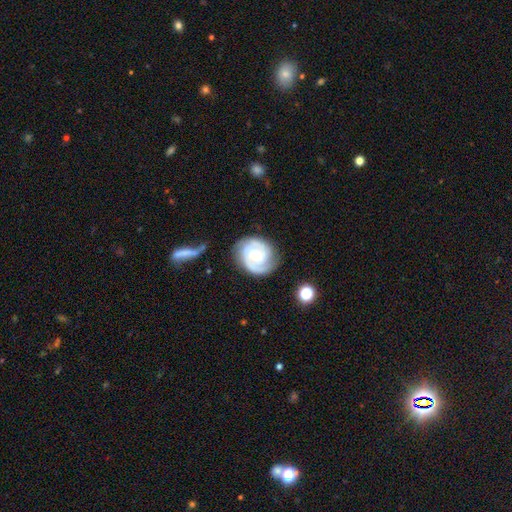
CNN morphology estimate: type=featured or disk (83%); edge-on=no (98%); bar=no (63%); spiral arms=yes (96%); winding=tight (58%); arm count=2 (66%); bulge=small (50%); merging=none (73%).